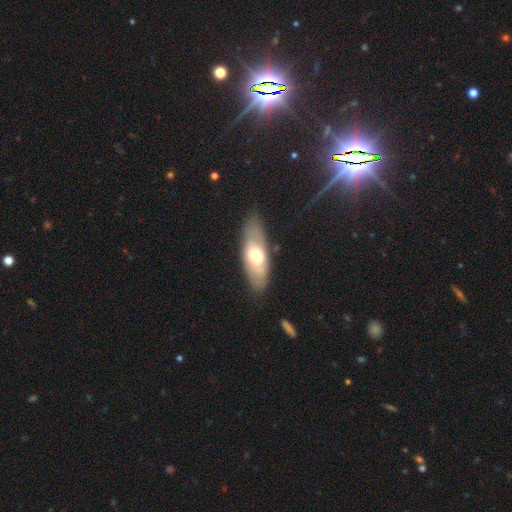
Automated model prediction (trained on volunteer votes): This appears to be a smooth galaxy with no disk features (49%). Merging: none (77%).